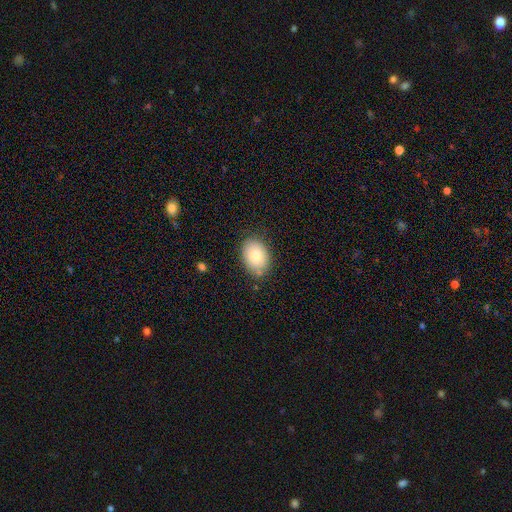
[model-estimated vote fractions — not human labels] Q: Smooth or featured?
A: smooth (78%); runner-up: featured or disk (14%)
Q: How rounded?
A: in between (71%); runner-up: round (29%)
Q: Merging?
A: none (79%); runner-up: minor disturbance (16%)